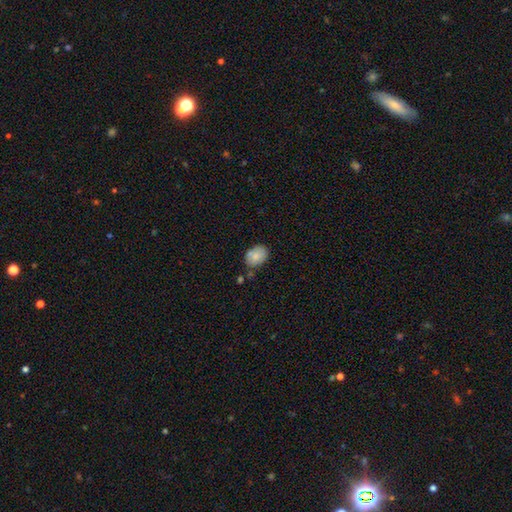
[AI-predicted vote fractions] smooth 81%, featured or disk 12%, star or artifact 7%. Down the decision tree: how rounded — in between (75%); merging — none (69%).